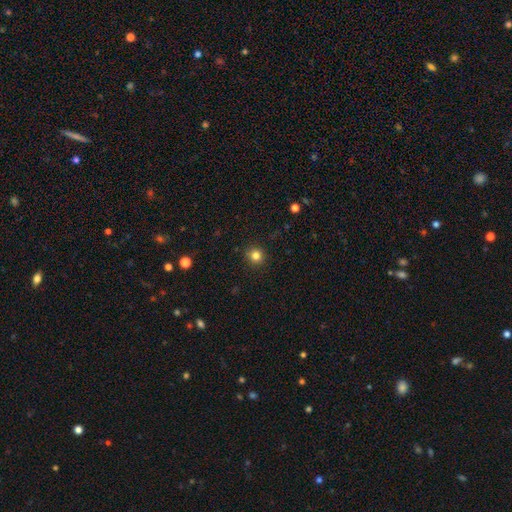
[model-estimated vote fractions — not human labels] Smooth or featured: smooth — 82% (star or artifact — 13%)
How rounded: round — 92% (in between — 7%)
Merging: none — 91% (minor disturbance — 6%)